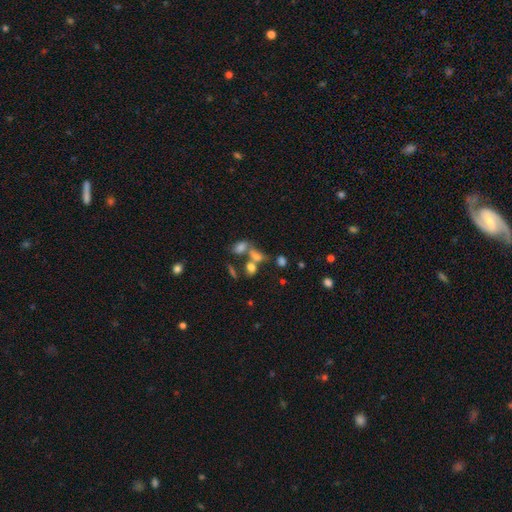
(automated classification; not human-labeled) Morphology: type=smooth (55%); roundness=in between (69%); merging=merger (48%).